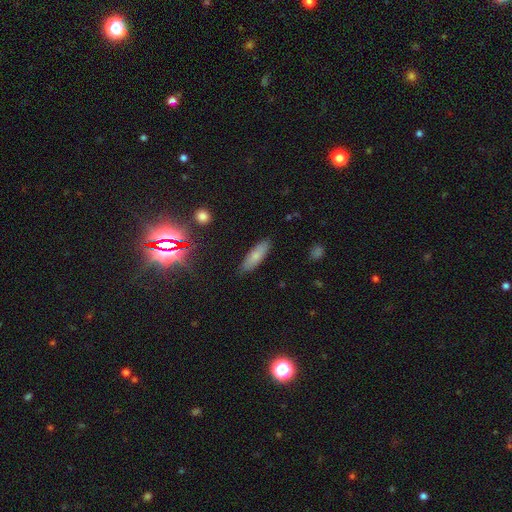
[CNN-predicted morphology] Smooth or featured?
  - smooth: 76% *
  - featured or disk: 15%
  - star or artifact: 8%
How rounded?
  - cigar-shaped: 50% *
  - in between: 48%
  - round: 2%
Merging?
  - none: 87% *
  - minor disturbance: 10%
  - major disturbance: 2%
  - merger: 1%